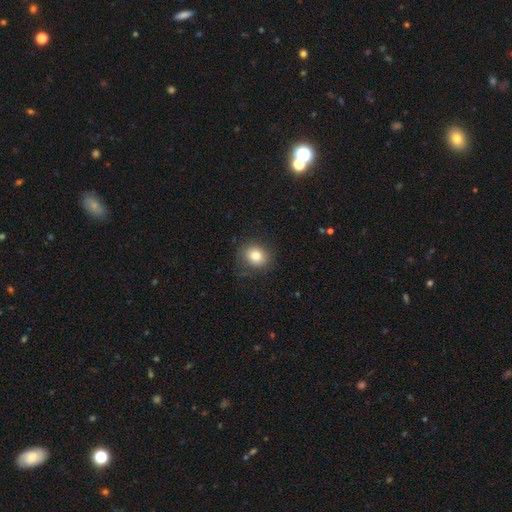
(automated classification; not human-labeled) The model was most divided on "how rounded": round: 73%, in between: 26%, cigar-shaped: 1%. More confident: merging — none (86%); smooth or featured — smooth (80%).